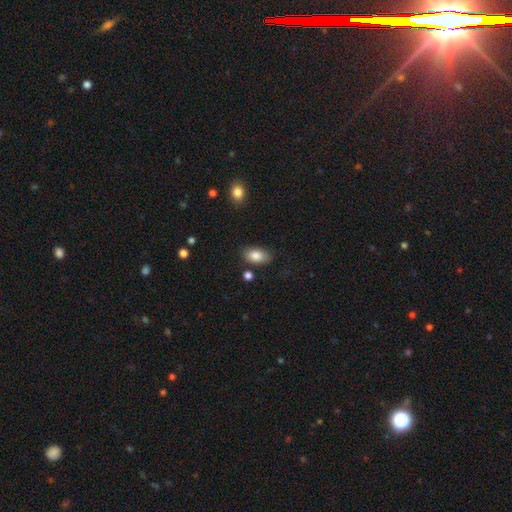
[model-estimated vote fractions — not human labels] Smooth or featured? smooth (85%)
How rounded? in between (92%)
Merging? none (80%)